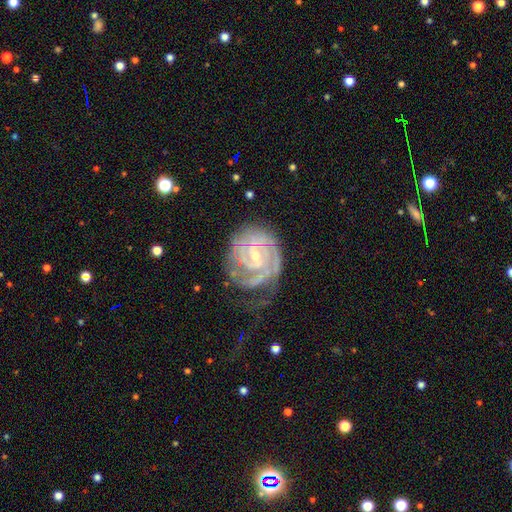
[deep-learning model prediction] A featured or disk galaxy (89%) with a weak bar (54%), 2 (30%) tight (76%) spiral arms (97%) and a small central bulge (66%).

Vote fractions:
- Smooth or featured? featured or disk: 89% / smooth: 6% / star or artifact: 5%
- Edge-on disk? no: 98% / yes: 2%
- Bar? weak: 54% / strong: 24% / no: 23%
- Spiral arms? yes: 97% / no: 3%
- Spiral winding? tight: 76% / medium: 20% / loose: 4%
- Spiral arm count? 2: 30% / can't tell: 25% / 3: 21% / 4: 12% / more than 4: 6% / 1: 6%
- Bulge size? small: 66% / moderate: 31% / none: 2% / large: 1% / dominant: 1%
- Merging? none: 54% / minor disturbance: 24% / major disturbance: 19% / merger: 2%